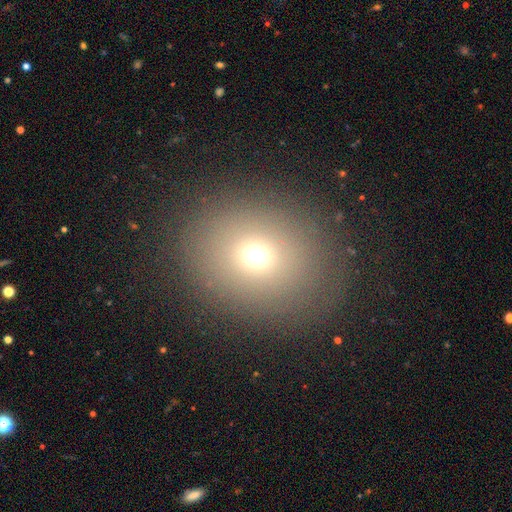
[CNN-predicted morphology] Smooth or featured?
  - smooth: 68% *
  - star or artifact: 19%
  - featured or disk: 13%
How rounded?
  - round: 65% *
  - in between: 34%
  - cigar-shaped: 1%
Merging?
  - none: 85% *
  - minor disturbance: 9%
  - major disturbance: 5%
  - merger: 1%